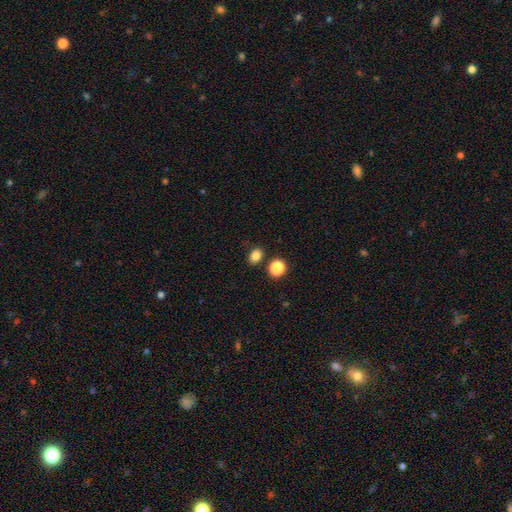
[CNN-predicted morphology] Smooth or featured? Predicted: smooth (p=0.83). How rounded? Predicted: in between (p=0.62). Merging? Predicted: none (p=0.80).